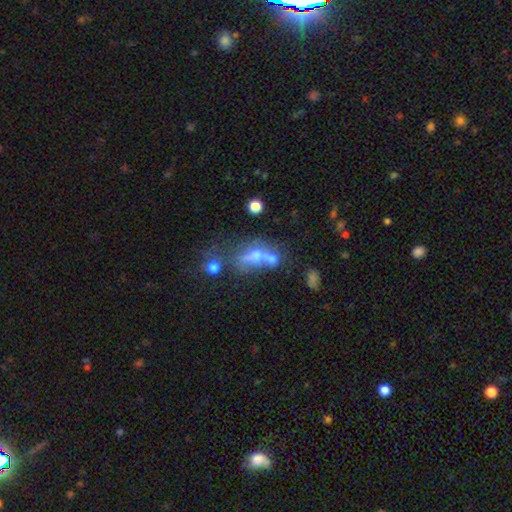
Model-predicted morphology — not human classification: This is marginally a smooth galaxy (43%). Merging: marginally merger (45%).